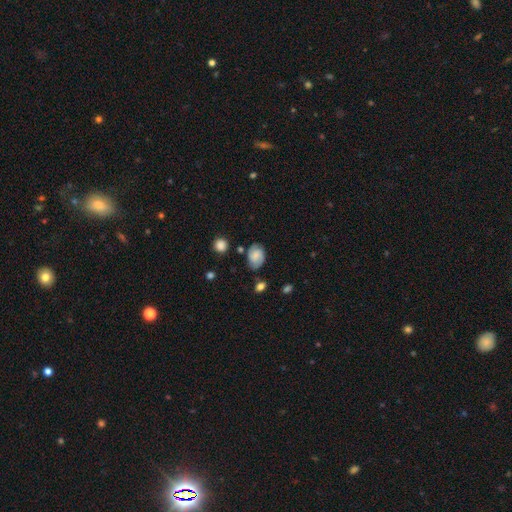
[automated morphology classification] Smooth or featured?
  - smooth: 48% *
  - featured or disk: 43%
  - star or artifact: 9%
Merging?
  - none: 70% *
  - minor disturbance: 20%
  - major disturbance: 6%
  - merger: 4%